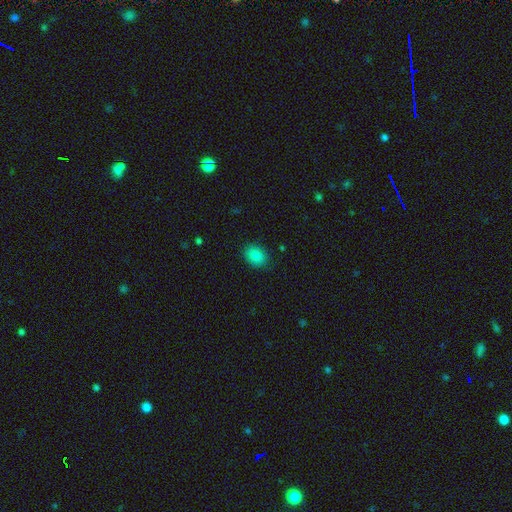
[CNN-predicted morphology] Smooth or featured: smooth — 86% (star or artifact — 10%)
How rounded: in between — 60% (round — 39%)
Merging: none — 86% (minor disturbance — 10%)